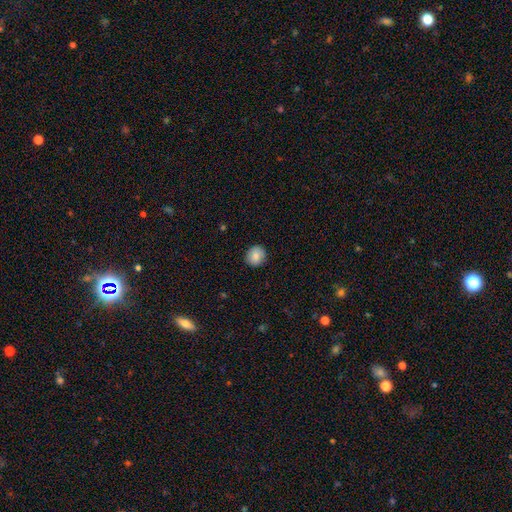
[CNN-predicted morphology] Smooth or featured? Predicted: smooth (p=0.86). How rounded? Predicted: round (p=0.82). Merging? Predicted: none (p=0.89).